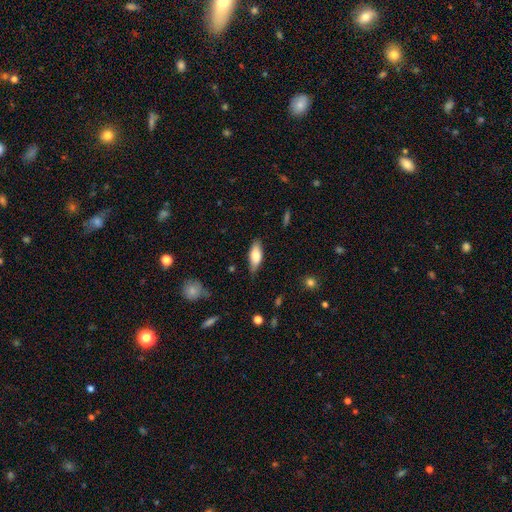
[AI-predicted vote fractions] The model was most divided on "smooth or featured": smooth: 72%, featured or disk: 21%, star or artifact: 6%. More confident: how rounded — in between (77%); merging — none (75%).